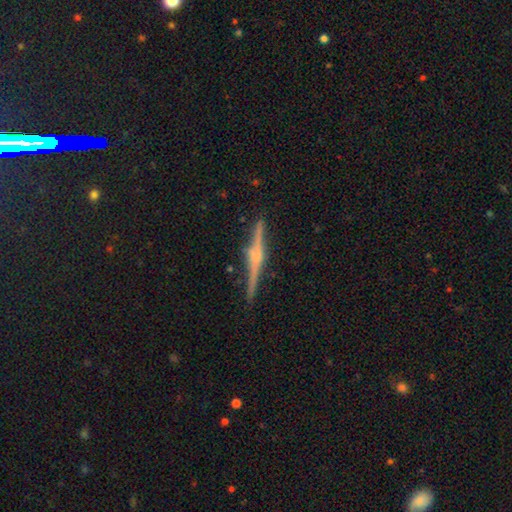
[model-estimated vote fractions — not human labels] This appears to be a featured or disk galaxy (84%) viewed edge-on (98%) with a rounded central bulge (85%). Merging: none (89%).